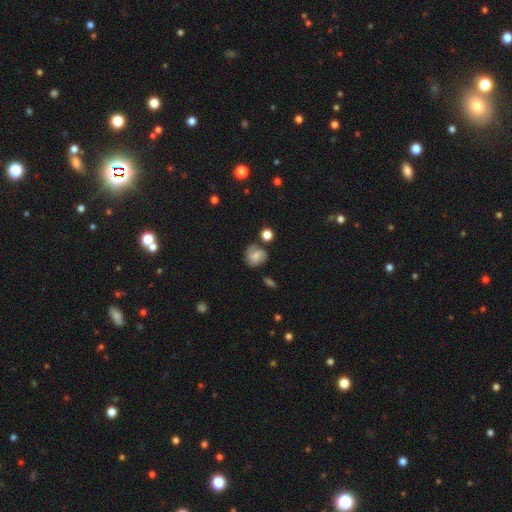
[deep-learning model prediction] This is possibly a smooth galaxy (51%). How rounded: likely round (74%). Merging: likely none (63%).